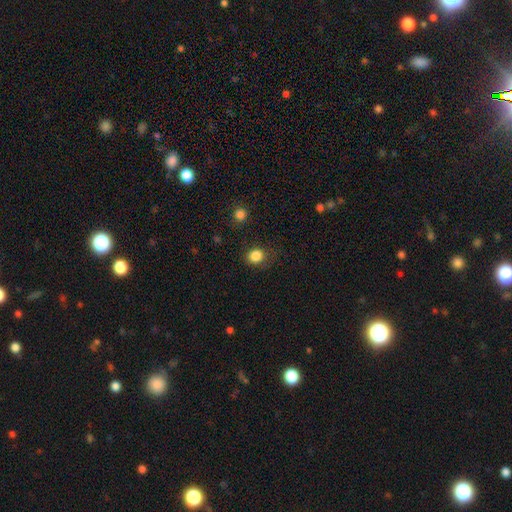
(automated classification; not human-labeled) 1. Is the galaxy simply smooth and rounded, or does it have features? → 84% smooth, 11% star or artifact, 4% featured or disk.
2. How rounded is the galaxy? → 74% round, 25% in between, 1% cigar-shaped.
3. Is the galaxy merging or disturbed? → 79% none, 14% minor disturbance, 5% major disturbance, 2% merger.